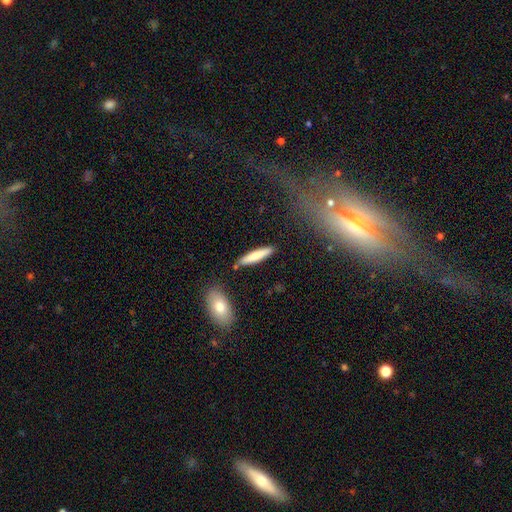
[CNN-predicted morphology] This is likely a smooth galaxy (73%). How rounded: clearly cigar-shaped (85%). Merging: clearly none (85%).